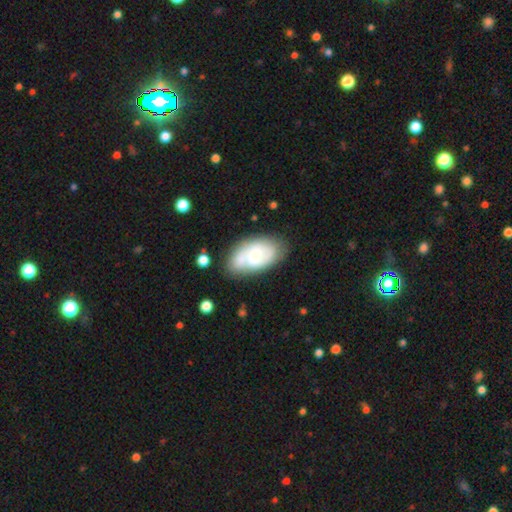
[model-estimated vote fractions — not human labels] A featured or disk galaxy (58%) with no bar (60%), spiral arms (74%) and a moderate central bulge (47%).

Vote fractions:
- Smooth or featured? featured or disk: 58% / smooth: 36% / star or artifact: 6%
- Edge-on disk? no: 94% / yes: 6%
- Bar? no: 60% / weak: 33% / strong: 7%
- Spiral arms? yes: 74% / no: 26%
- Bulge size? moderate: 47% / small: 45% / large: 5% / none: 2% / dominant: 1%
- Merging? none: 66% / minor disturbance: 20% / merger: 8% / major disturbance: 6%